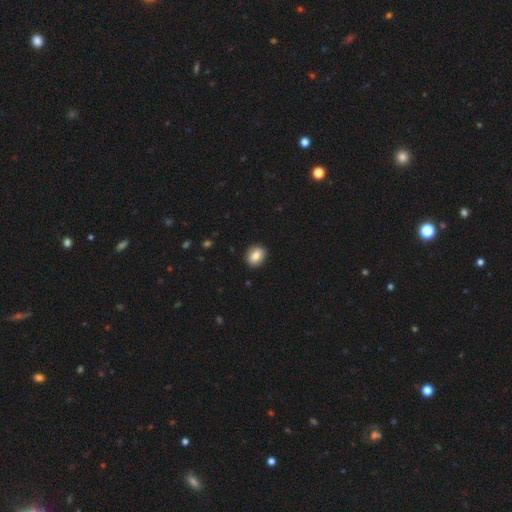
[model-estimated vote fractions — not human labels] Smooth or featured? Predicted: smooth (p=0.81). How rounded? Predicted: in between (p=0.51). Merging? Predicted: none (p=0.89).